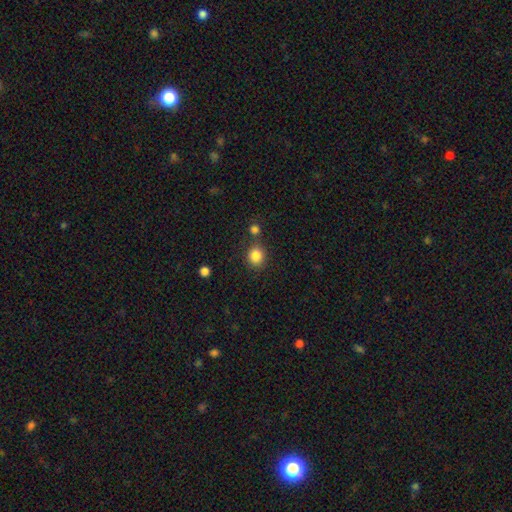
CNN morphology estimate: Overall: smooth (85%). How rounded: round (81%). Merging: none (75%).